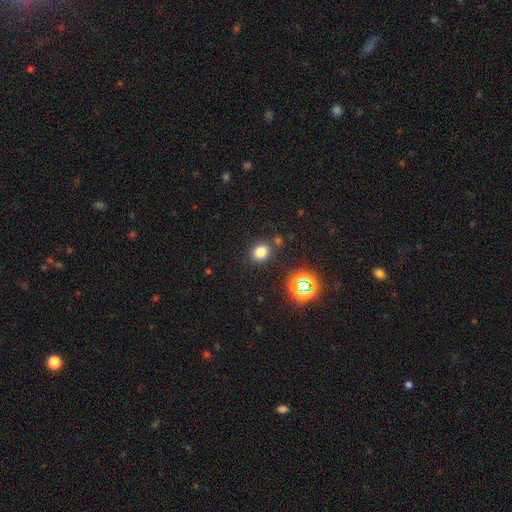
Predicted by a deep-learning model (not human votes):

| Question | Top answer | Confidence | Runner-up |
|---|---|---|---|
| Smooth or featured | smooth | 72% | star or artifact (22%) |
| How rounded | round | 74% | in between (25%) |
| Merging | none | 85% | minor disturbance (8%) |